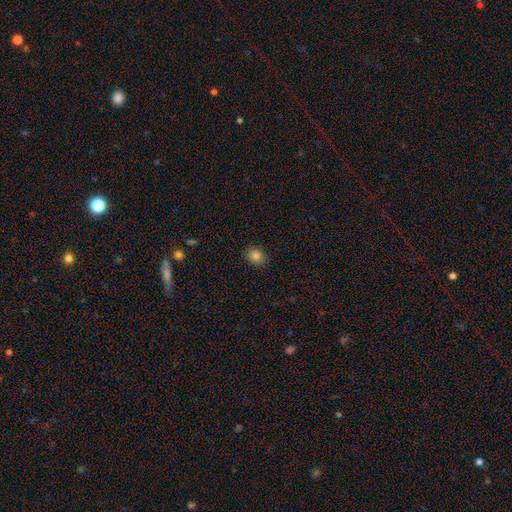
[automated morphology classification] smooth 83%, star or artifact 11%, featured or disk 6%. Down the decision tree: how rounded — round (60%); merging — none (88%).